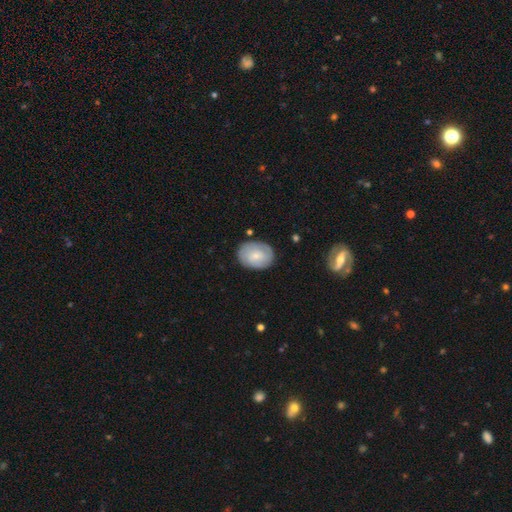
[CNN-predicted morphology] smooth_or_featured: smooth (p=0.59) [alt: featured or disk p=0.35]
how_rounded: in between (p=0.63) [alt: round p=0.36]
merging: none (p=0.80) [alt: minor disturbance p=0.15]